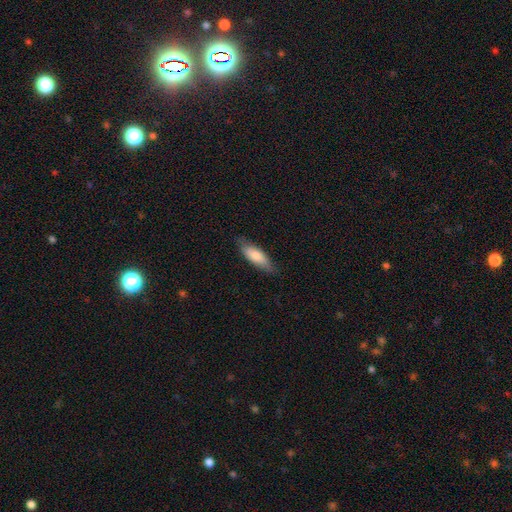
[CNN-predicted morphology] A smooth galaxy with no disk features (77%) that is in between round and cigar-shaped (57%).

Vote fractions:
- Smooth or featured? smooth: 77% / featured or disk: 17% / star or artifact: 6%
- How rounded? in between: 57% / cigar-shaped: 41% / round: 2%
- Merging? none: 80% / minor disturbance: 16% / major disturbance: 3% / merger: 1%